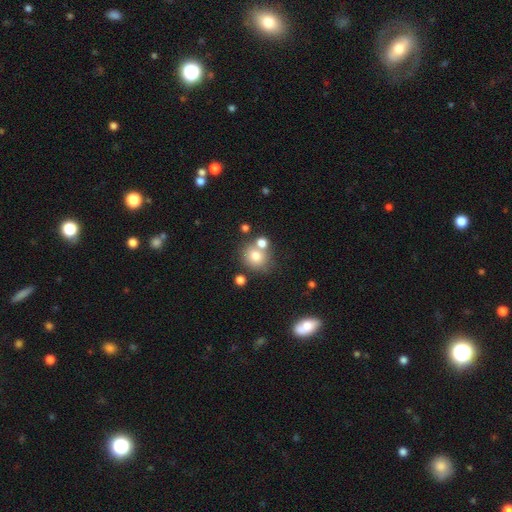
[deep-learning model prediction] A smooth galaxy with no disk features (75%) that is round (78%).

Vote fractions:
- Smooth or featured? smooth: 75% / featured or disk: 13% / star or artifact: 12%
- How rounded? round: 78% / in between: 21% / cigar-shaped: 1%
- Merging? none: 58% / merger: 27% / minor disturbance: 11% / major disturbance: 4%